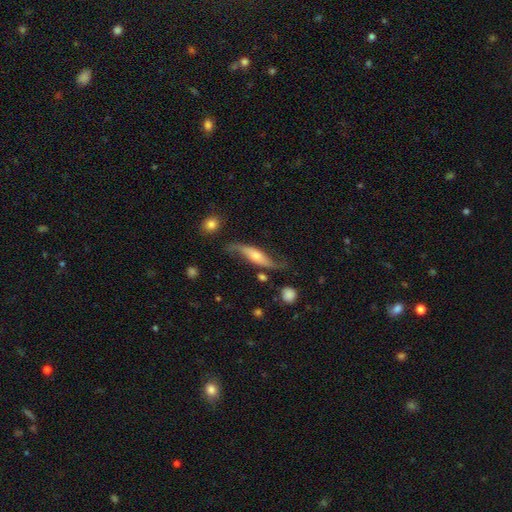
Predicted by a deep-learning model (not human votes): smooth-or-featured: featured or disk: 76% | smooth: 18% | star or artifact: 6%
  disk-edge-on: no: 66% | yes: 34%
    bar: no: 56% | weak: 25% | strong: 19%
    has-spiral-arms: yes: 92% | no: 8%
    bulge-size: moderate: 51% | small: 37% | large: 6% | none: 3% | dominant: 2%
  merging: none: 64% | minor disturbance: 22% | major disturbance: 11% | merger: 4%